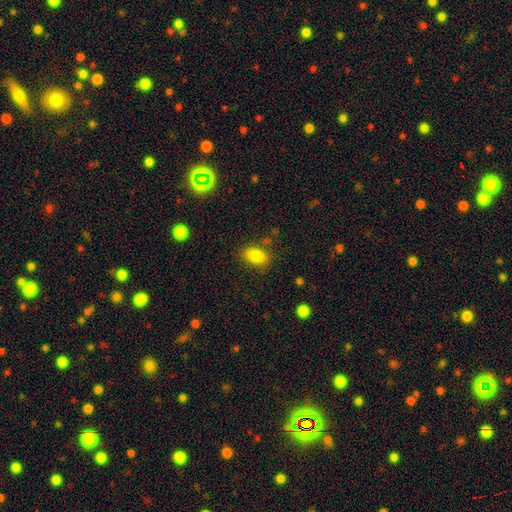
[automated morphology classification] A smooth galaxy with no disk features (85%) that is in between round and cigar-shaped (86%). Merging: none (79%).